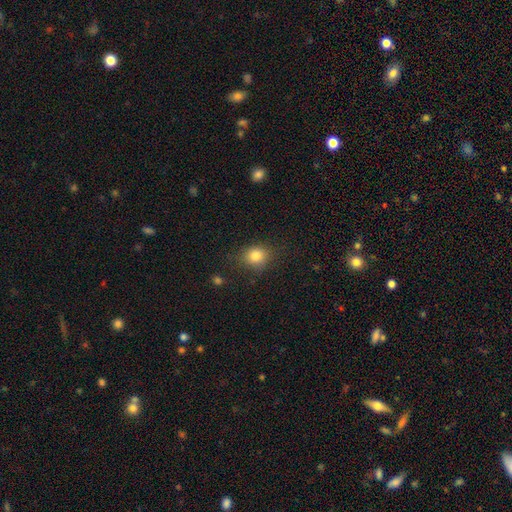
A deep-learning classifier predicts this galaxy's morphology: Smooth or featured? smooth (83%)
How rounded? round (67%)
Merging? none (78%)